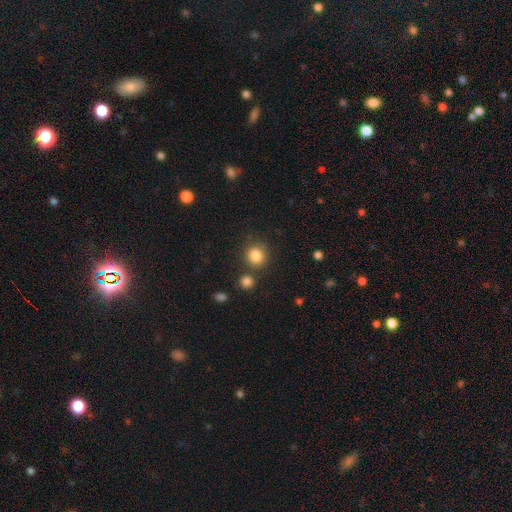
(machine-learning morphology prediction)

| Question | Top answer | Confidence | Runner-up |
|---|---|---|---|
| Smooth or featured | smooth | 85% | star or artifact (11%) |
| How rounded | round | 89% | in between (10%) |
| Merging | none | 78% | merger (10%) |